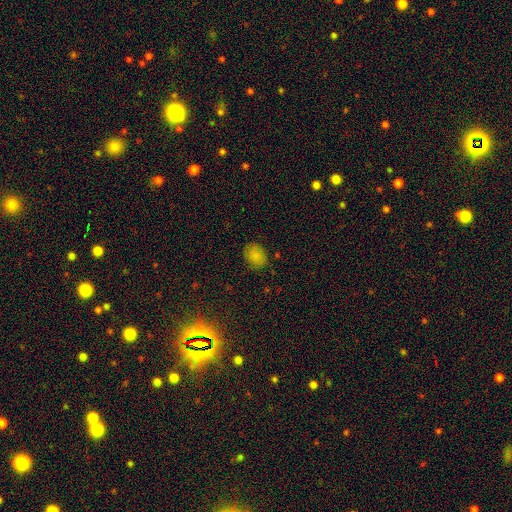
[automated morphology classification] Smooth or featured? smooth (81%)
How rounded? in between (51%)
Merging? none (80%)